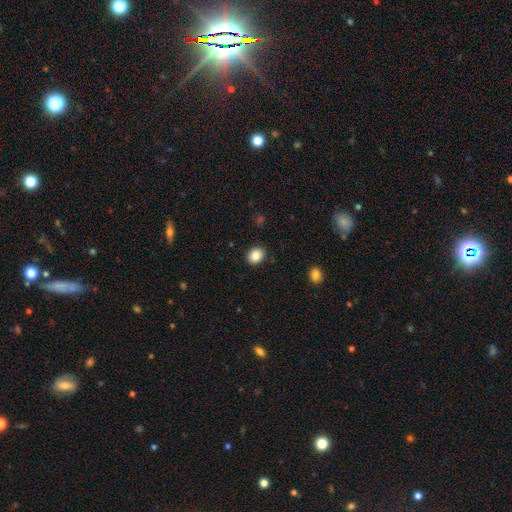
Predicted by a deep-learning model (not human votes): Morphology: type=smooth (85%); roundness=round (61%); merging=none (90%).